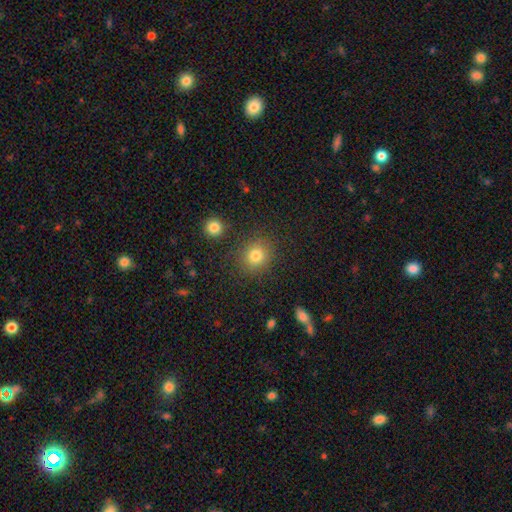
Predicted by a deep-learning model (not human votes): Smooth or featured? Predicted: smooth (p=0.80). How rounded? Predicted: round (p=0.80). Merging? Predicted: none (p=0.85).